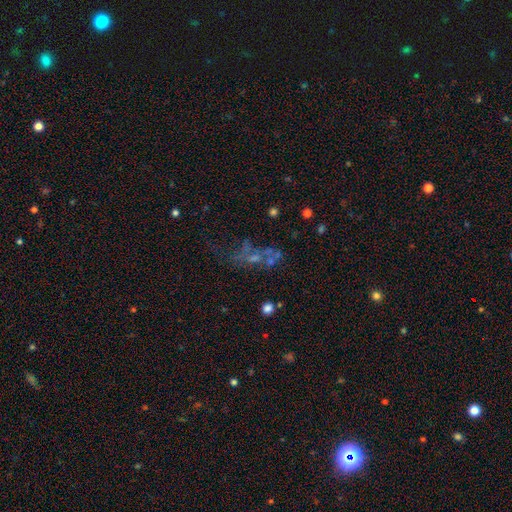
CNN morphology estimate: The model was most divided on "smooth or featured": featured or disk: 44%, star or artifact: 32%, smooth: 24%. Remaining: merging — none (42%).